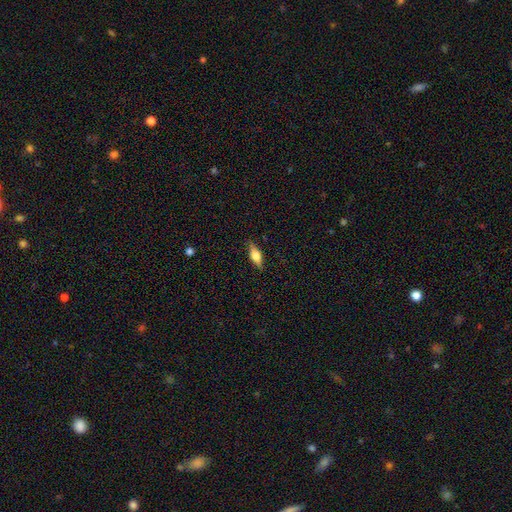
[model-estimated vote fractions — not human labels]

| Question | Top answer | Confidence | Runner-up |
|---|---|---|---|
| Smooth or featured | featured or disk | 47% | smooth (46%) |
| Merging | none | 85% | minor disturbance (11%) |